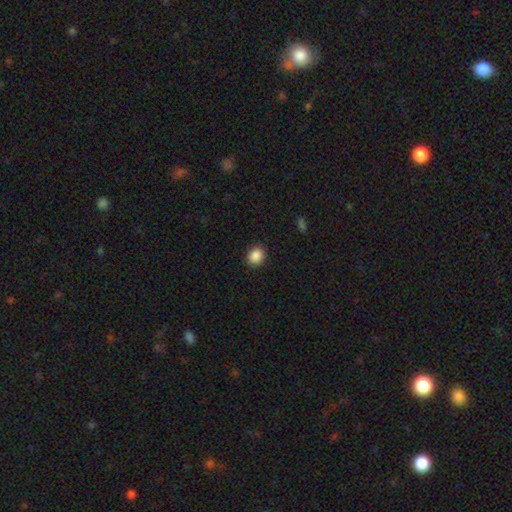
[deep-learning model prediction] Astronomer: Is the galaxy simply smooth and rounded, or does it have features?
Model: smooth — 88%.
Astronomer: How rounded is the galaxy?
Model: round — 69%.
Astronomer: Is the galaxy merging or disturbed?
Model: none — 89%.